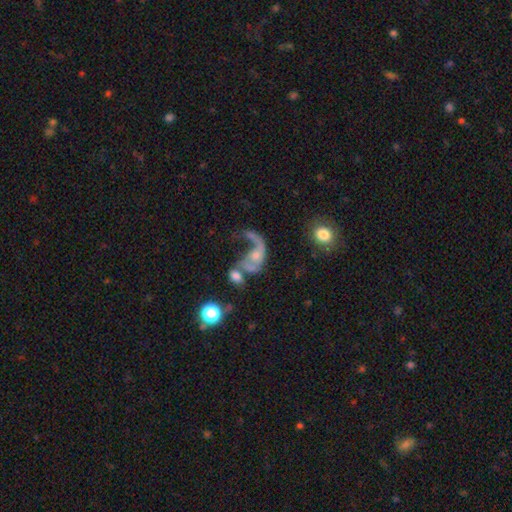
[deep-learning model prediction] Smooth or featured? Predicted: featured or disk (p=0.71). Edge-on disk? Predicted: no (p=0.96). Bar? Predicted: no (p=0.71). Spiral arms? Predicted: yes (p=0.75). Spiral winding? Predicted: loose (p=0.79). Spiral arm count? Predicted: 1 (p=0.56). Bulge size? Predicted: small (p=0.48). Merging? Predicted: major disturbance (p=0.39).